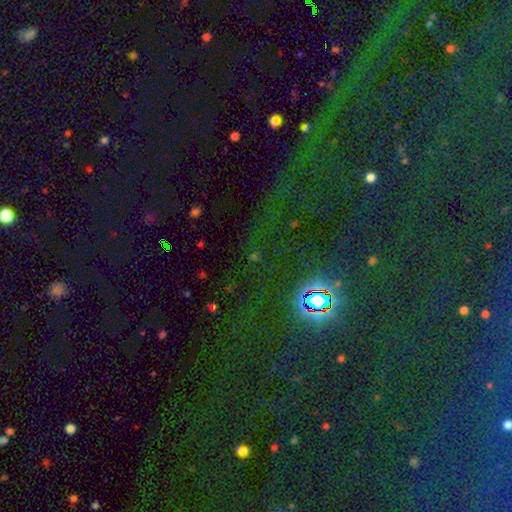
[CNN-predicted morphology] This appears to be a star or artifact, not a galaxy (82%).